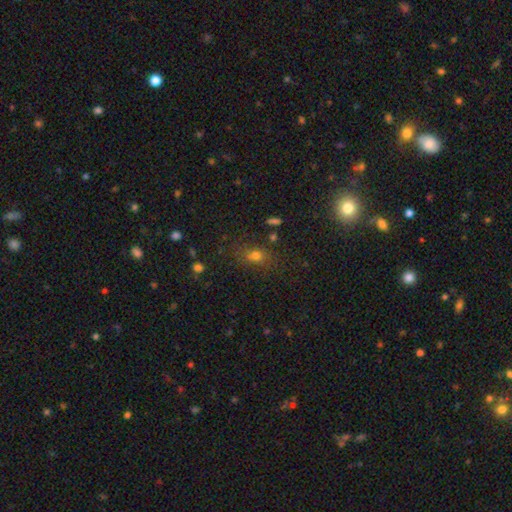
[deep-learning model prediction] A smooth galaxy with no disk features (68%) that is in between round and cigar-shaped (59%).

Vote fractions:
- Smooth or featured? smooth: 68% / star or artifact: 21% / featured or disk: 11%
- How rounded? in between: 59% / round: 37% / cigar-shaped: 5%
- Merging? none: 73% / minor disturbance: 15% / major disturbance: 6% / merger: 6%